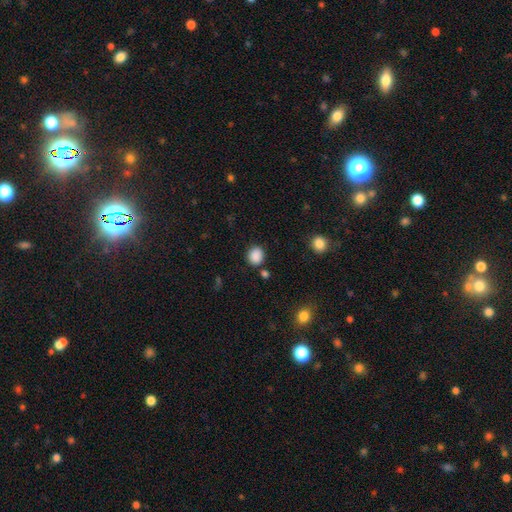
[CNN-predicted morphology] A smooth galaxy with no disk features (87%) that is round (74%). Merging: none (82%).